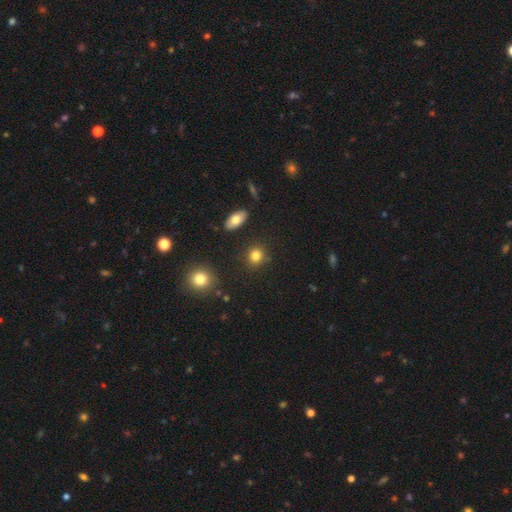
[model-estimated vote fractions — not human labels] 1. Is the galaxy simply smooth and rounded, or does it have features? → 83% smooth, 11% star or artifact, 6% featured or disk.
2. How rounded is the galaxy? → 79% round, 19% in between, 1% cigar-shaped.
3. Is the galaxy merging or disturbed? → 87% none, 8% minor disturbance, 3% merger, 3% major disturbance.